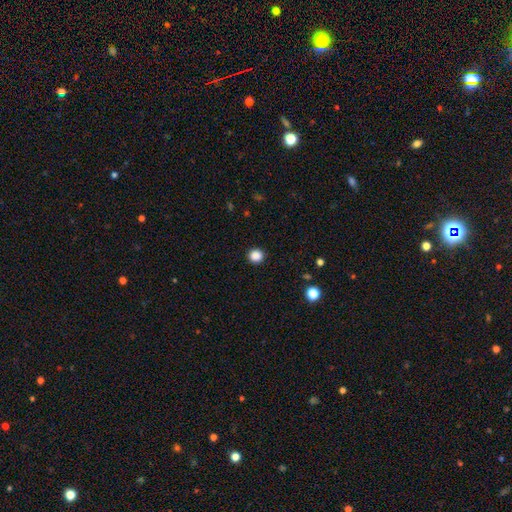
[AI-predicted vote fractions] Smooth or featured?
  - smooth: 86% *
  - star or artifact: 11%
  - featured or disk: 2%
How rounded?
  - round: 92% *
  - in between: 7%
  - cigar-shaped: 1%
Merging?
  - none: 92% *
  - minor disturbance: 5%
  - major disturbance: 2%
  - merger: 1%